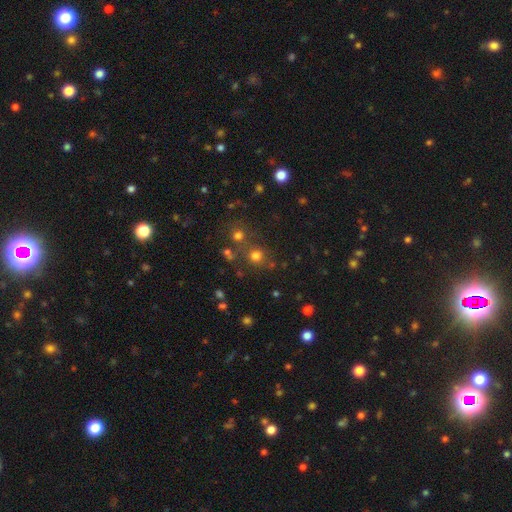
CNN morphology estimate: smooth 71%, star or artifact 22%, featured or disk 8%. Down the decision tree: how rounded — round (89%); merging — none (70%).